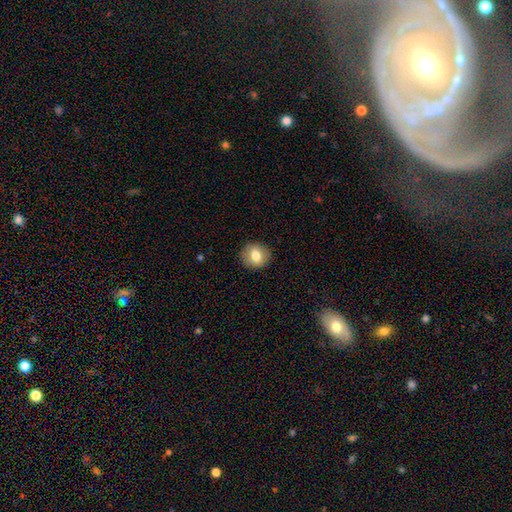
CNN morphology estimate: A smooth galaxy with no disk features (74%) that is round (76%). Merging: none (88%).